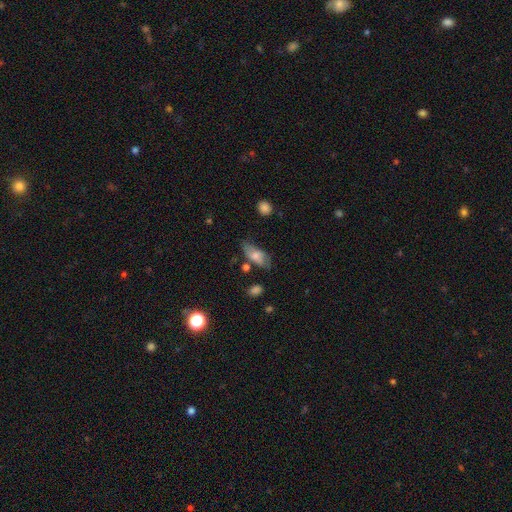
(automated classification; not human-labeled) The model was most divided on "merging": none: 55%, minor disturbance: 29%, major disturbance: 9%, merger: 7%. More confident: how rounded — in between (83%); smooth or featured — smooth (65%).